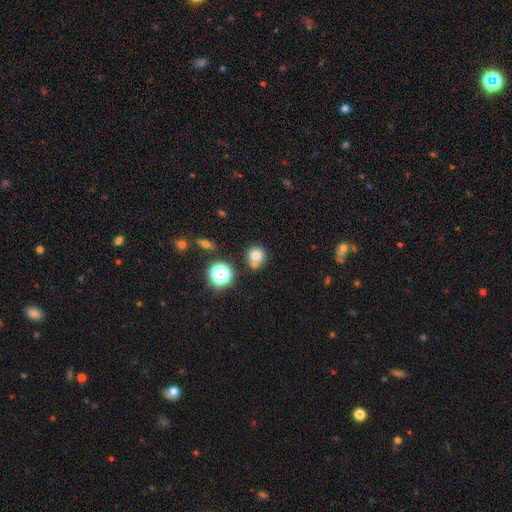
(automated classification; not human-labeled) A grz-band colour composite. It shows a smooth galaxy with no disk features (75%) that is round (87%). Merging: none (66%).